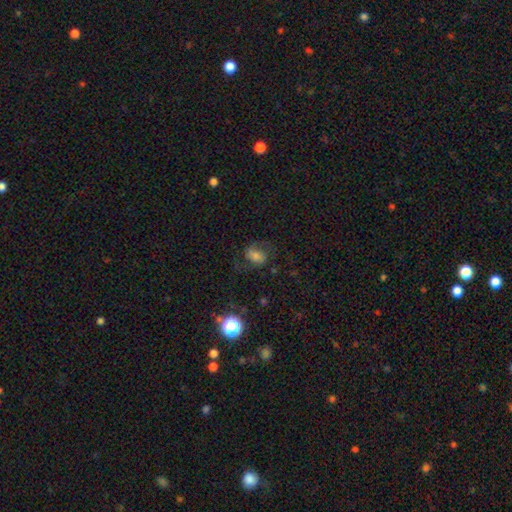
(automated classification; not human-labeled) A smooth galaxy with no disk features (45%). Merging: none (61%).